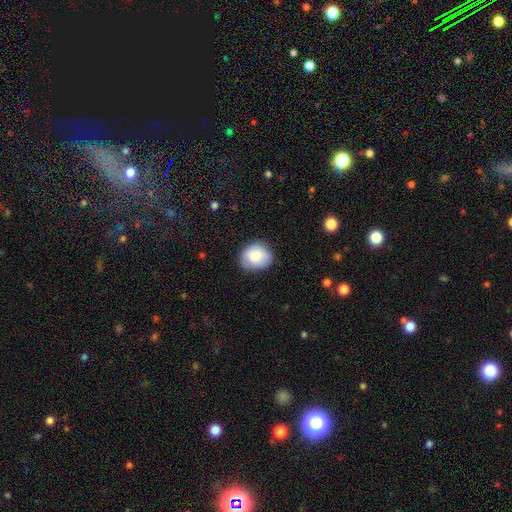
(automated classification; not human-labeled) Overall: smooth (84%). How rounded: round (65%; in between 34%). Merging: none (76%).